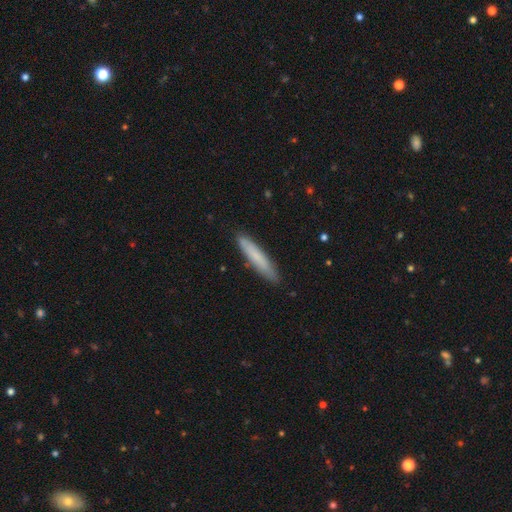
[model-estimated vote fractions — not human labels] Smooth or featured? smooth (75%)
How rounded? cigar-shaped (92%)
Merging? none (87%)